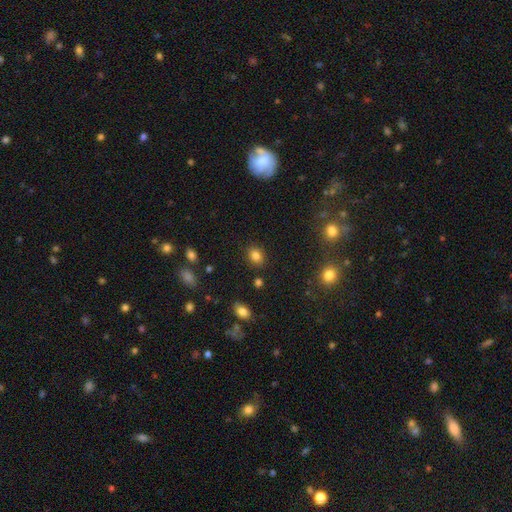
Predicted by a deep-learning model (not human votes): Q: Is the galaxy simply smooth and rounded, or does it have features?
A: smooth — 83%.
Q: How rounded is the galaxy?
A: in between — 51%.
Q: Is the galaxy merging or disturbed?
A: none — 86%.